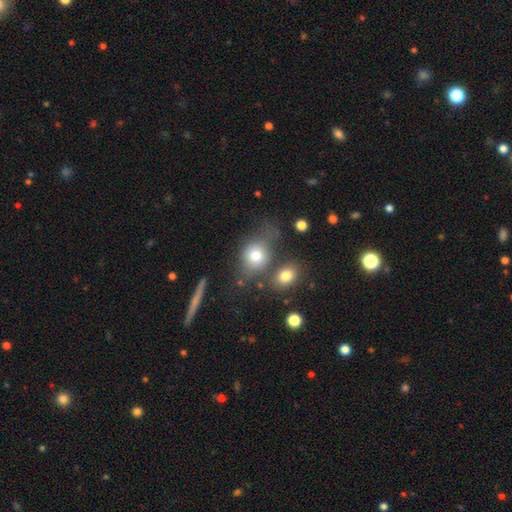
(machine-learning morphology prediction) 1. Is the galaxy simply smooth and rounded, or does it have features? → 76% smooth, 14% featured or disk, 11% star or artifact.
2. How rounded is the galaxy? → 54% round, 45% in between, 2% cigar-shaped.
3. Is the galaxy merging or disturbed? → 46% none, 20% minor disturbance, 20% merger, 14% major disturbance.